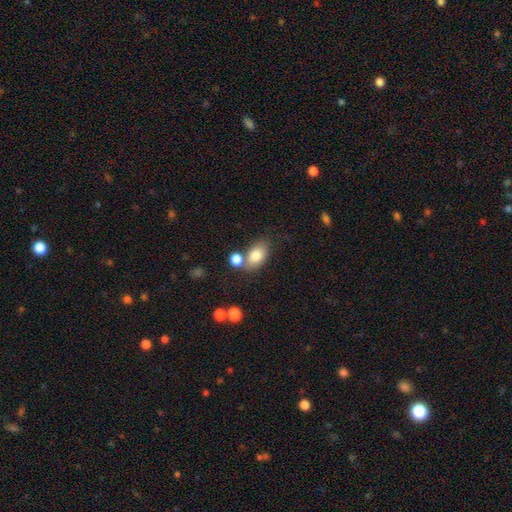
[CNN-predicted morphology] A smooth galaxy with no disk features (80%) that is in between round and cigar-shaped (83%). Merging: none (57%).